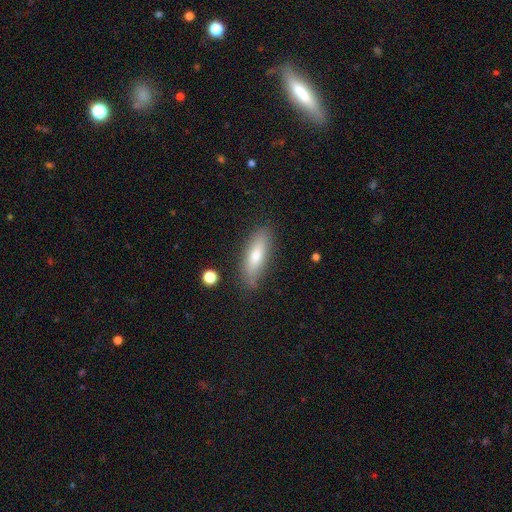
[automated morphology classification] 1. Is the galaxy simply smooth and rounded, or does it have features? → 70% smooth, 23% featured or disk, 7% star or artifact.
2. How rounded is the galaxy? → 50% cigar-shaped, 48% in between, 2% round.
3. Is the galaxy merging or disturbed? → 81% none, 13% minor disturbance, 3% major disturbance, 2% merger.